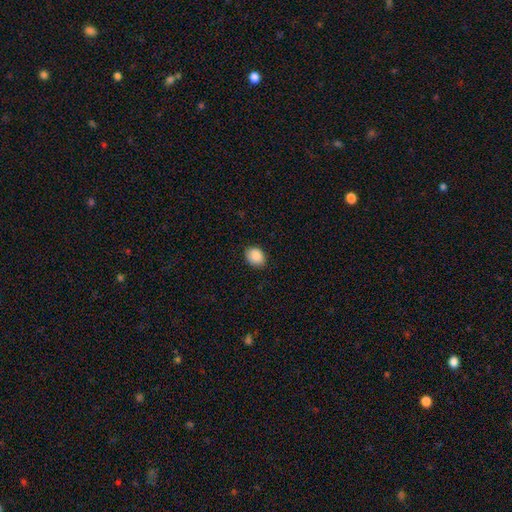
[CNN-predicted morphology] Q: Smooth or featured?
A: smooth (89%); runner-up: star or artifact (7%)
Q: How rounded?
A: in between (64%); runner-up: round (35%)
Q: Merging?
A: none (83%); runner-up: minor disturbance (13%)